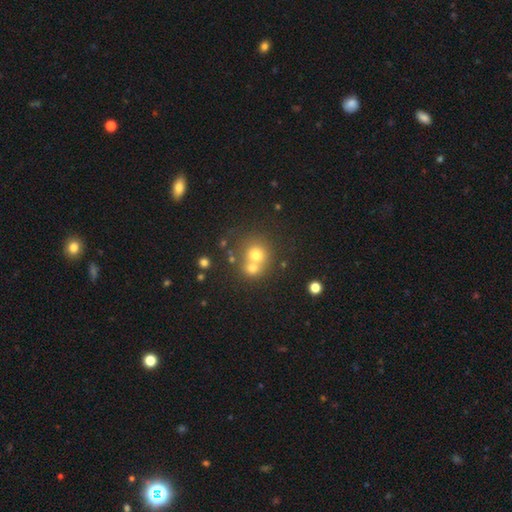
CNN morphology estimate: smooth 68%, featured or disk 17%, star or artifact 15%. Down the decision tree: how rounded — round (83%); merging — merger (54%).